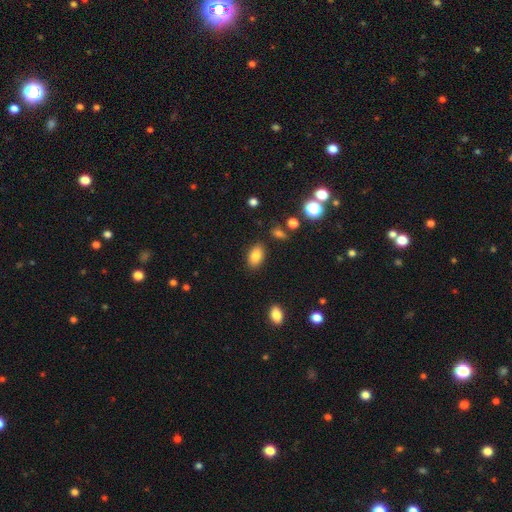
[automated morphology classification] smooth_or_featured: smooth (p=0.84) [alt: star or artifact p=0.09]
how_rounded: in between (p=0.91) [alt: round p=0.07]
merging: none (p=0.85) [alt: minor disturbance p=0.10]